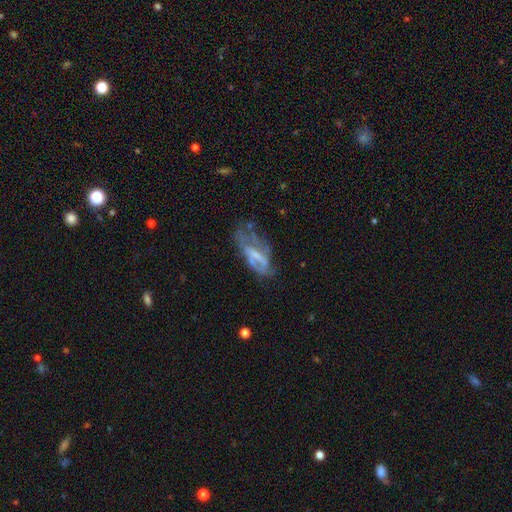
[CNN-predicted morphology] Smooth or featured?
  - featured or disk: 60% *
  - smooth: 30%
  - star or artifact: 9%
Edge-on disk?
  - no: 89% *
  - yes: 11%
Bar?
  - weak: 36% *
  - strong: 33%
  - no: 31%
Spiral arms?
  - no: 56% *
  - yes: 44%
Bulge size?
  - none: 39% *
  - small: 30%
  - moderate: 25%
  - large: 5%
  - dominant: 1%
Merging?
  - major disturbance: 34% * (tied)
  - none: 34% * (tied)
  - minor disturbance: 27%
  - merger: 5%